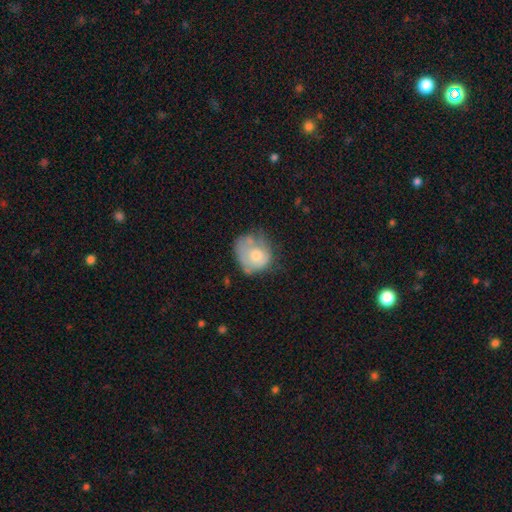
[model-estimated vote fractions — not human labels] This appears to be a smooth galaxy with no disk features (58%) that is round (69%). Merging: none (34%).